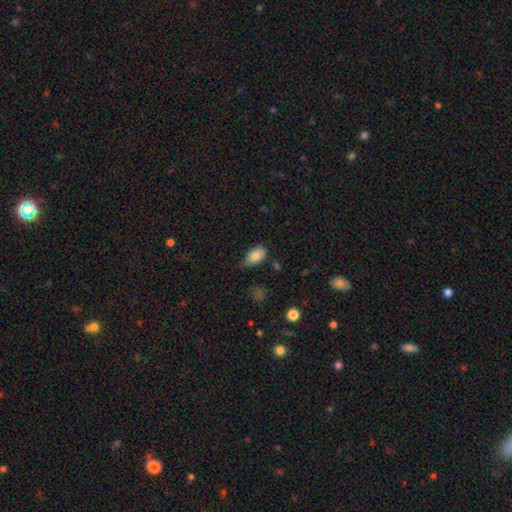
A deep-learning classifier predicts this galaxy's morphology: Overall: smooth (84%). How rounded: in between (91%). Merging: none (56%; minor disturbance 36%).